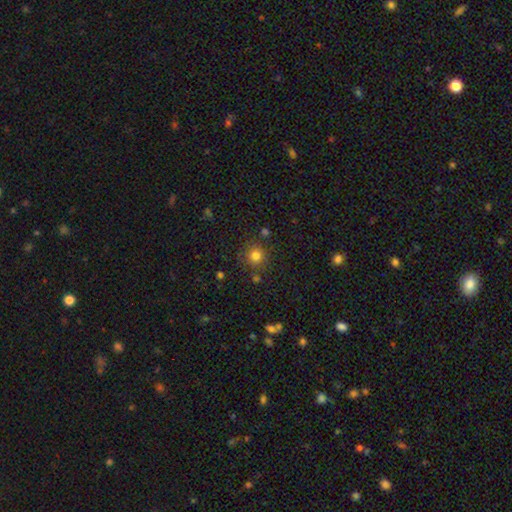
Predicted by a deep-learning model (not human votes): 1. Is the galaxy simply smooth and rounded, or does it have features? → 79% smooth, 15% star or artifact, 7% featured or disk.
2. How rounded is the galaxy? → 91% round, 8% in between, 1% cigar-shaped.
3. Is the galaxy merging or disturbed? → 80% none, 10% minor disturbance, 5% merger, 4% major disturbance.